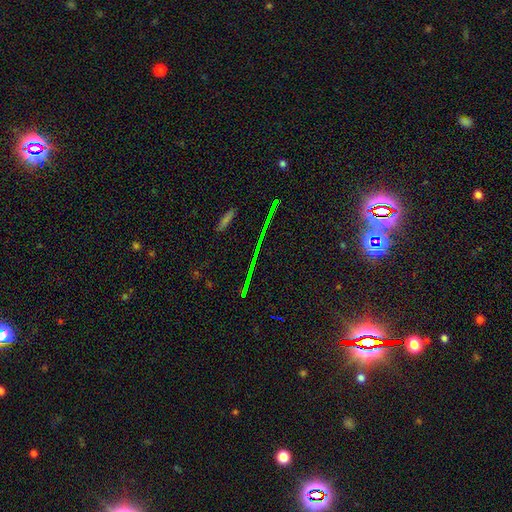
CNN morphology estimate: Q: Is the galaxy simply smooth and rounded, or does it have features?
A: star or artifact — 78%.